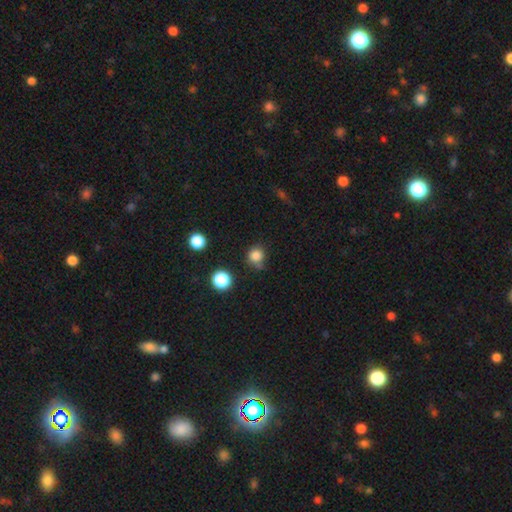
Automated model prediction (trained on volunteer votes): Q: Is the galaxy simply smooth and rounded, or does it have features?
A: smooth — 82%.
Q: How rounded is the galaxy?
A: round — 90%.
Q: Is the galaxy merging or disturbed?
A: none — 70%.